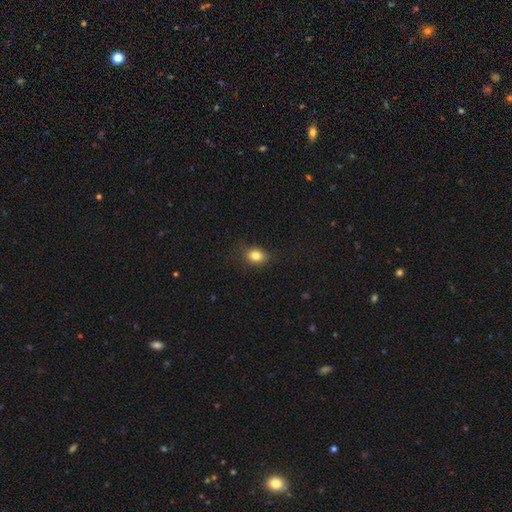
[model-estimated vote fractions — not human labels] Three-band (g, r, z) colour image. It shows a smooth galaxy with no disk features (82%) that is in between round and cigar-shaped (53%). Merging: none (82%).